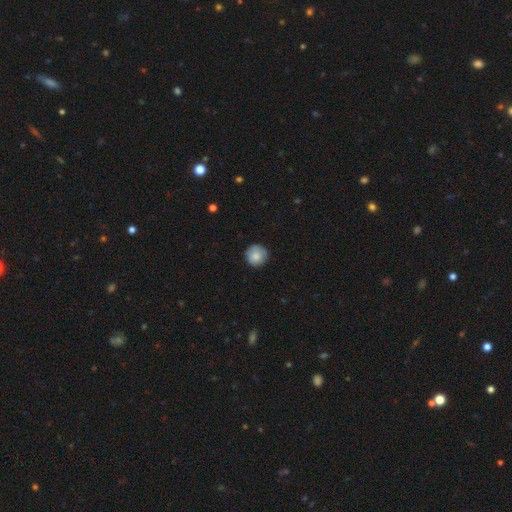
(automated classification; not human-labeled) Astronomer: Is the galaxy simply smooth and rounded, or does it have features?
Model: smooth — 82%.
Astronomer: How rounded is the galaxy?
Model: round — 95%.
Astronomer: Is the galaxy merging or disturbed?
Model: none — 83%.